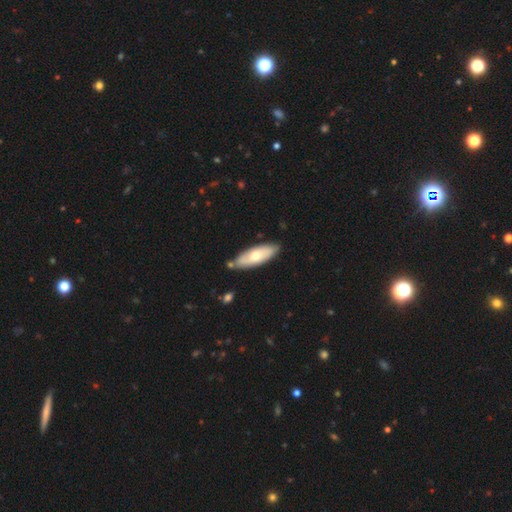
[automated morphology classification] The model was most divided on "smooth or featured": smooth: 56%, featured or disk: 38%, star or artifact: 5%. More confident: merging — none (77%); how rounded — in between (67%).